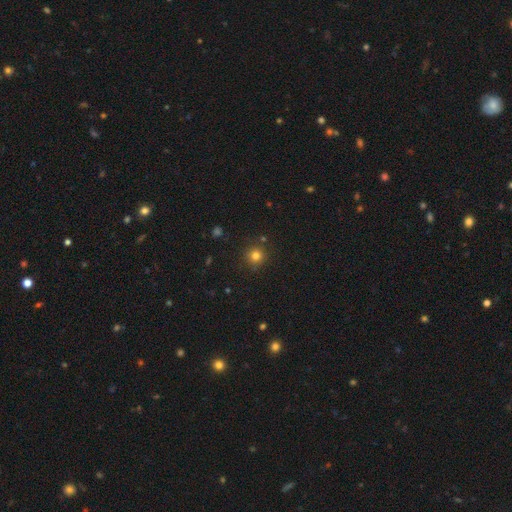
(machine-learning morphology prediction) A smooth galaxy with no disk features (79%) that is round (94%). Merging: none (88%).